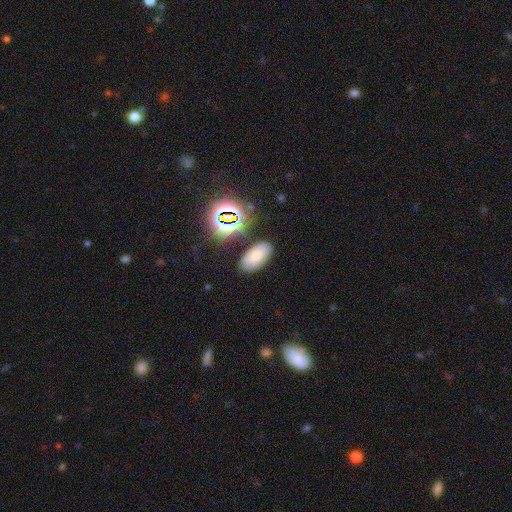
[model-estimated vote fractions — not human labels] A smooth galaxy with no disk features (74%) that is in between round and cigar-shaped (92%). Merging: none (81%).